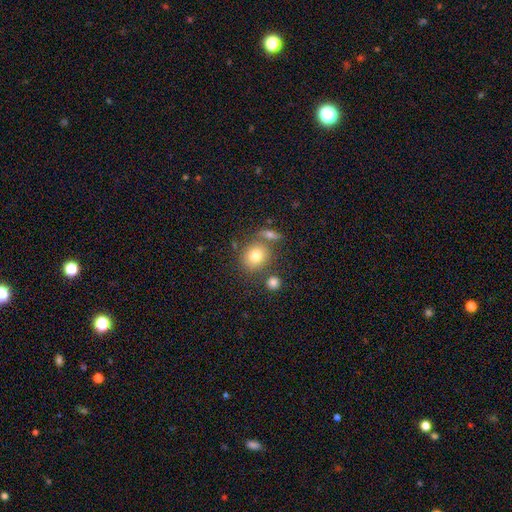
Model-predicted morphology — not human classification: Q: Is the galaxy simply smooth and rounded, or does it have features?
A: smooth — 78%.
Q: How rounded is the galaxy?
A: round — 69%.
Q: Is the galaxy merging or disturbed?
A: none — 64%.